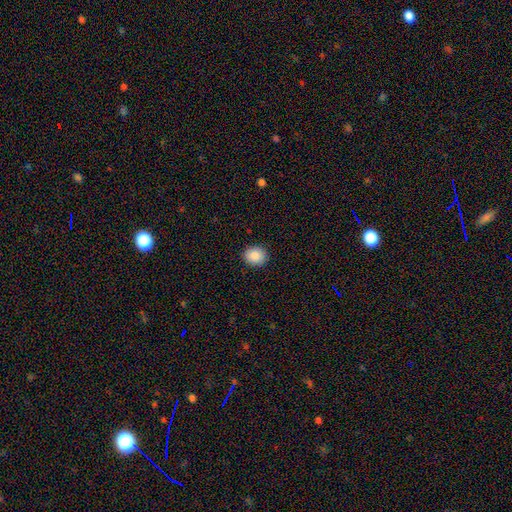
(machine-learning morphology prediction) Q: Smooth or featured?
A: smooth (89%); runner-up: star or artifact (8%)
Q: How rounded?
A: round (67%); runner-up: in between (33%)
Q: Merging?
A: none (91%); runner-up: minor disturbance (6%)